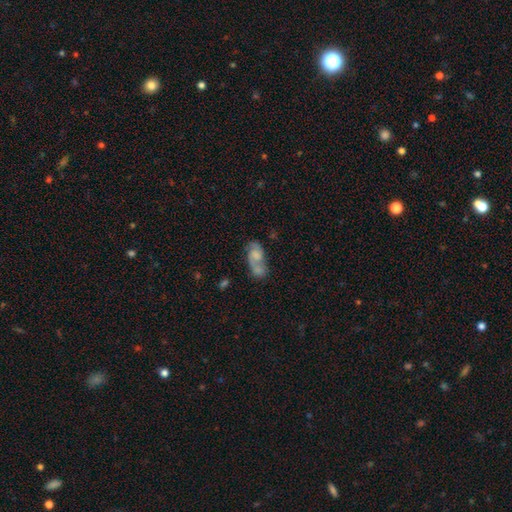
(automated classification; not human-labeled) A featured or disk galaxy (52%). Merging: merger (40%).